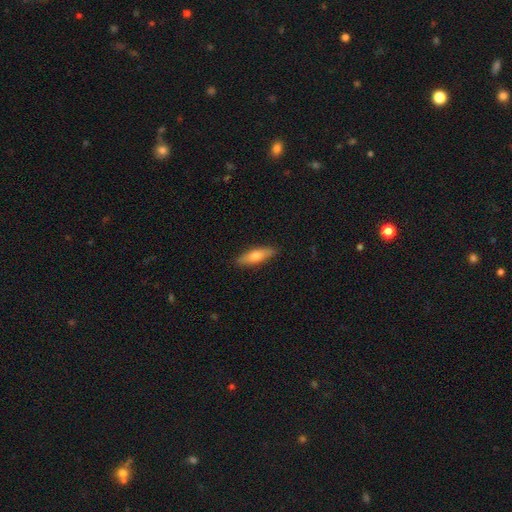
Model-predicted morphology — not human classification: A smooth galaxy with no disk features (61%) that is cigar-shaped (62%). Merging: none (89%).